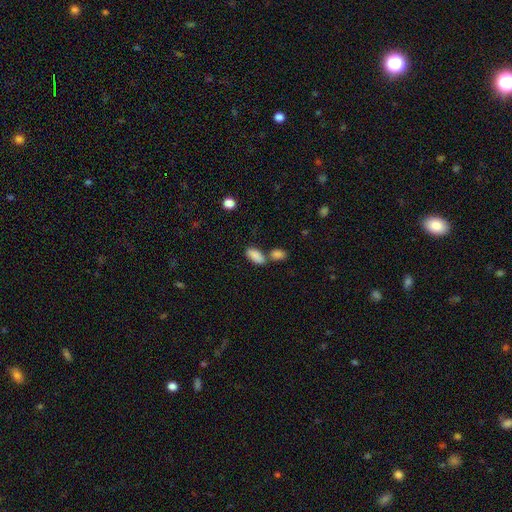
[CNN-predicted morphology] Smooth or featured? smooth (86%)
How rounded? in between (91%)
Merging? none (47%)